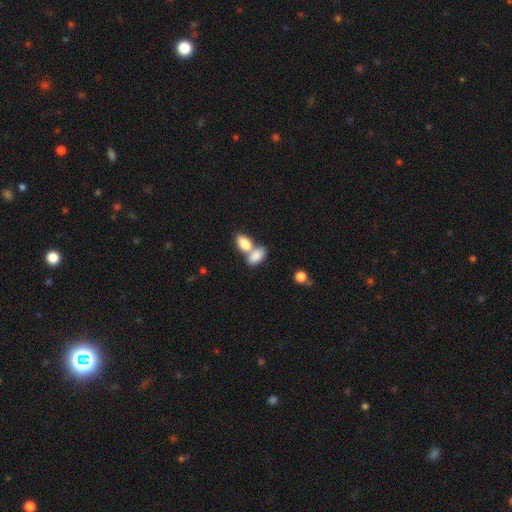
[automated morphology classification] Overall: smooth (84%). How rounded: in between (92%). Merging: merger (62%; none 26%).